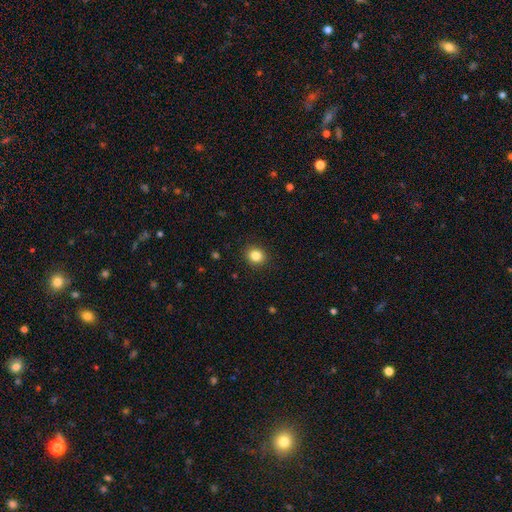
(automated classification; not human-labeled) Smooth or featured?
  - smooth: 84% *
  - star or artifact: 11%
  - featured or disk: 5%
How rounded?
  - round: 74% *
  - in between: 26%
  - cigar-shaped: 1%
Merging?
  - none: 91% *
  - minor disturbance: 6%
  - major disturbance: 2%
  - merger: 1%